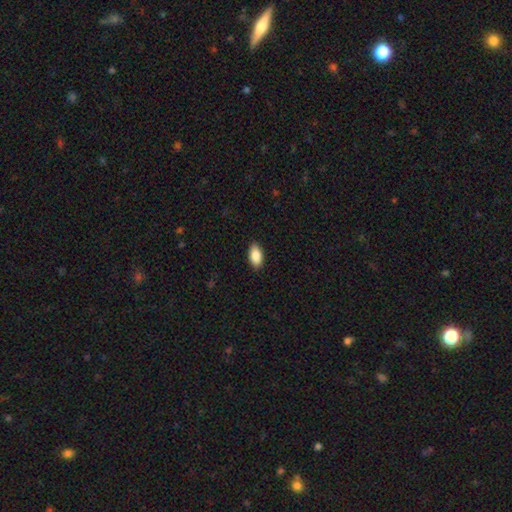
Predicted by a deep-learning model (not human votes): Morphology: type=smooth (88%); roundness=in between (93%); merging=none (89%).